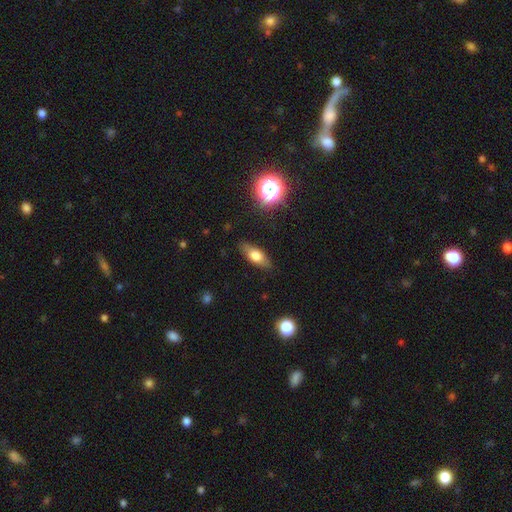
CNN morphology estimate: smooth-or-featured: smooth: 67% | featured or disk: 24% | star or artifact: 9%
  how-rounded: in between: 73% | cigar-shaped: 21% | round: 6%
  merging: none: 83% | minor disturbance: 12% | major disturbance: 3% | merger: 1%